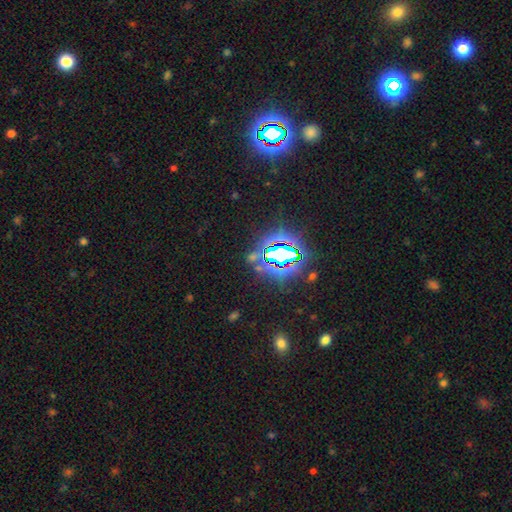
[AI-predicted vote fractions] This is likely a star or artifact rather than a galaxy (76%).